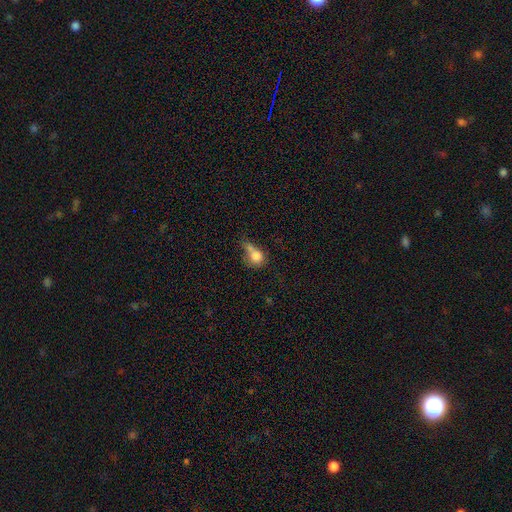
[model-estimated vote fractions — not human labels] smooth_or_featured: smooth (p=0.78) [alt: featured or disk p=0.12]
how_rounded: round (p=0.67) [alt: in between p=0.32]
merging: merger (p=0.38) [alt: none p=0.29]